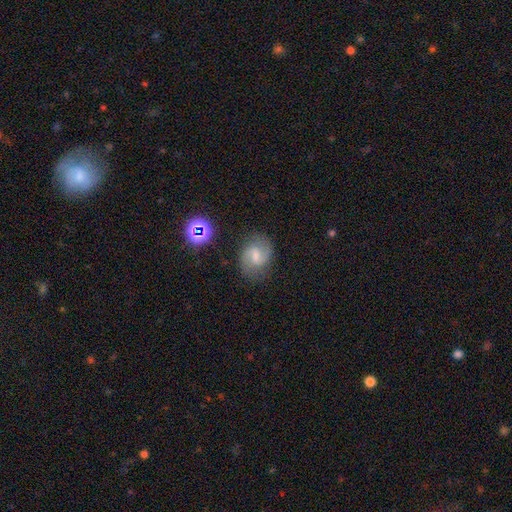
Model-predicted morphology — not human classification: featured or disk 69%, smooth 21%, star or artifact 10%. Down the decision tree: edge-on disk — no (98%); bar — weak (60%); spiral arms — yes (93%); spiral arm count — 2 (89%); spiral winding — medium (50%); bulge size — small (39%); merging — none (78%).